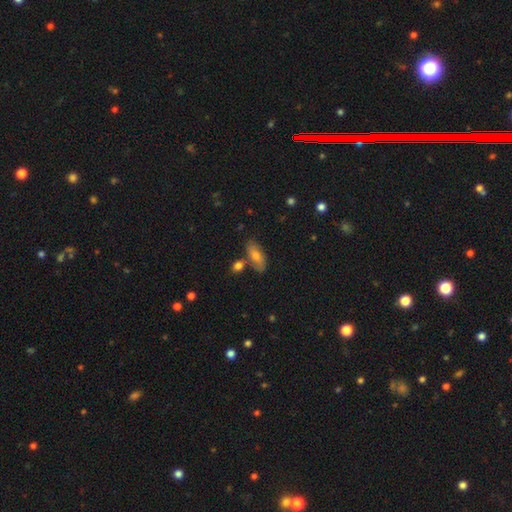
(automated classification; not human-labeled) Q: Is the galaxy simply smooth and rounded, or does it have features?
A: smooth — 68%.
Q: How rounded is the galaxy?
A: in between — 70%.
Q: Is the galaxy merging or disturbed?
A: none — 73%.